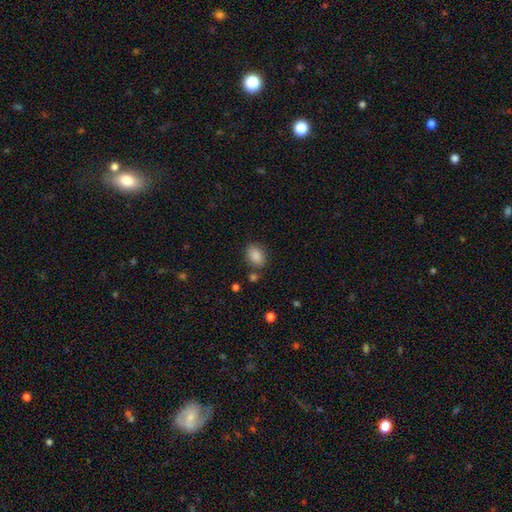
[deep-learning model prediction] This appears to be a smooth galaxy with no disk features (87%) that is in between round and cigar-shaped (71%). Merging: none (77%).